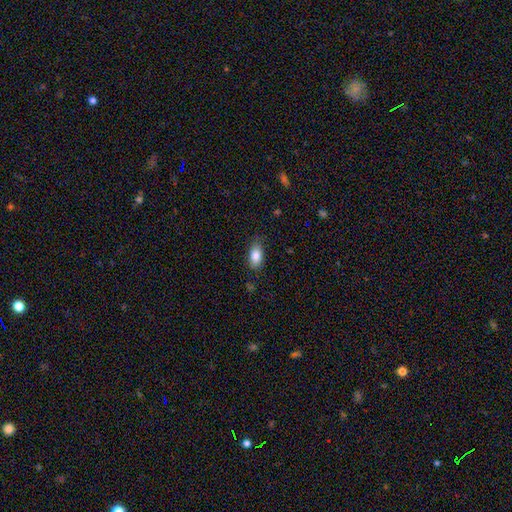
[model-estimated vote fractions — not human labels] Smooth or featured?
  - smooth: 85% *
  - star or artifact: 8%
  - featured or disk: 7%
How rounded?
  - in between: 90% *
  - round: 6%
  - cigar-shaped: 5%
Merging?
  - none: 80% *
  - minor disturbance: 15%
  - major disturbance: 3%
  - merger: 1%